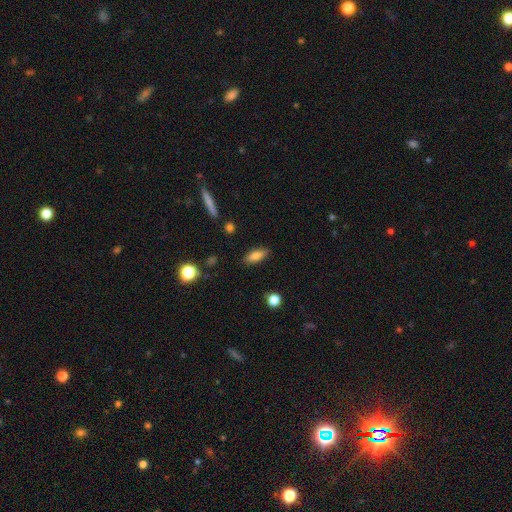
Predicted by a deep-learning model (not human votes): Morphology: type=smooth (78%); roundness=in between (72%); merging=none (86%).